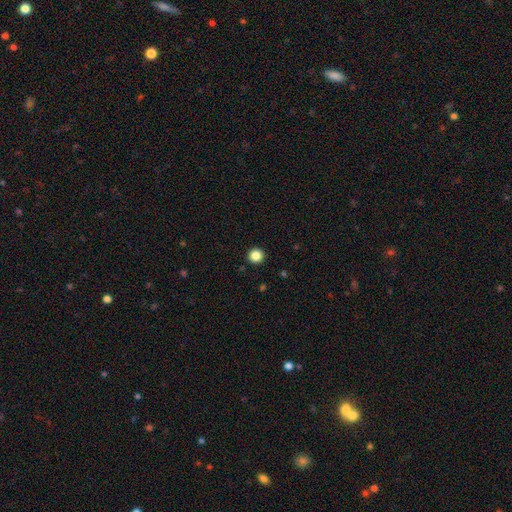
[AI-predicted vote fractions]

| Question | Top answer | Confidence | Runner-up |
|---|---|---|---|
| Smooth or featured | smooth | 86% | star or artifact (11%) |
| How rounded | round | 95% | in between (4%) |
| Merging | none | 93% | minor disturbance (4%) |